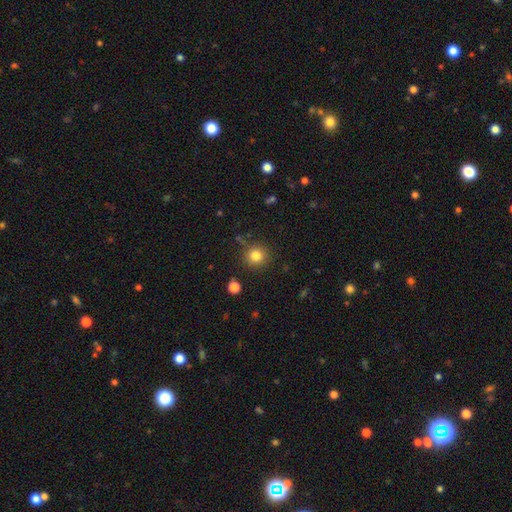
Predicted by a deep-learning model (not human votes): Smooth or featured: smooth — 82% (star or artifact — 12%)
How rounded: round — 92% (in between — 7%)
Merging: none — 87% (minor disturbance — 8%)